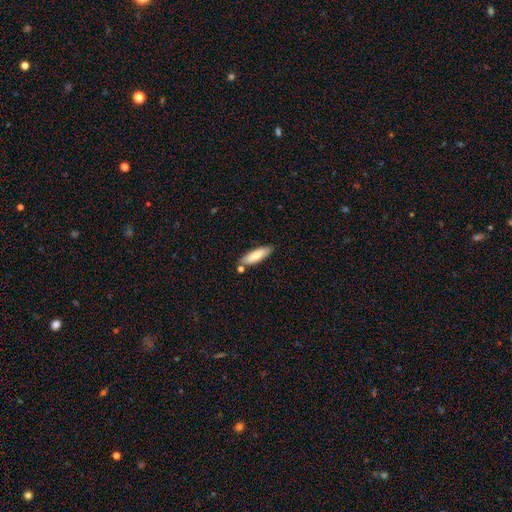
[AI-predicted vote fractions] A smooth galaxy with no disk features (78%) that is cigar-shaped (54%). Merging: none (77%).